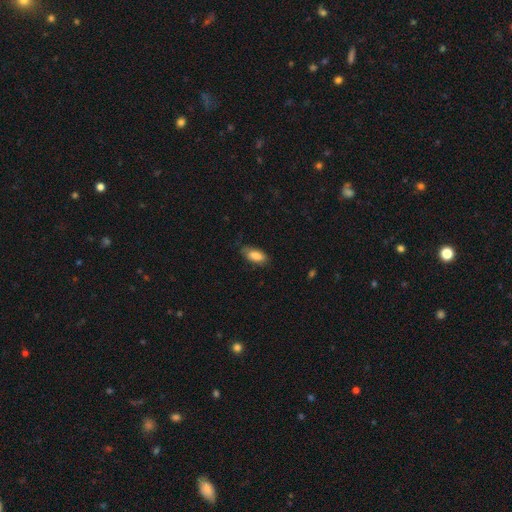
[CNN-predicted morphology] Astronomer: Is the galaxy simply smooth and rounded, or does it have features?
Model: smooth — 82%.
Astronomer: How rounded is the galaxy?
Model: in between — 89%.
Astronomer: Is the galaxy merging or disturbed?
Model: none — 73%.